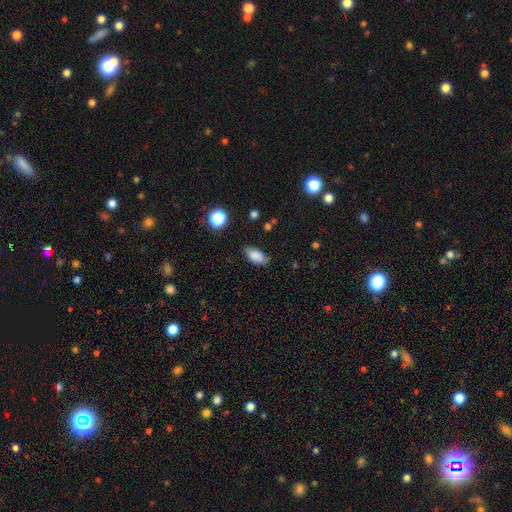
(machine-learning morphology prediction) type=smooth (85%); roundness=in between (87%); merging=none (80%).